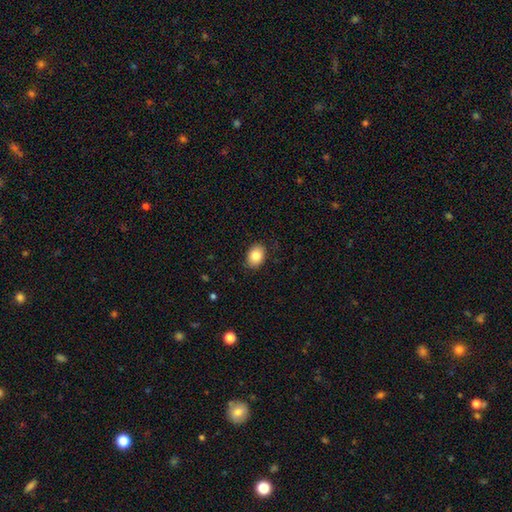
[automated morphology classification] Smooth or featured? smooth (84%)
How rounded? in between (76%)
Merging? none (86%)